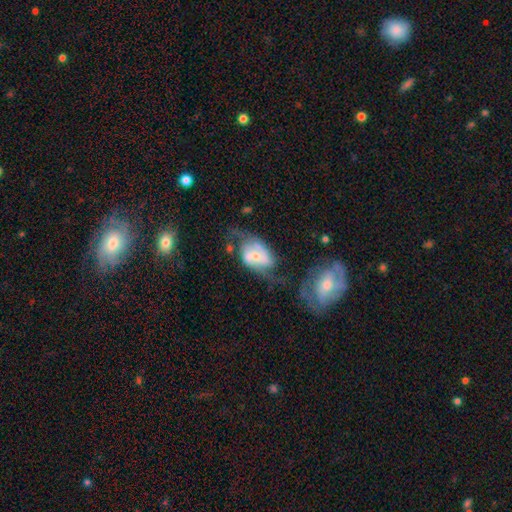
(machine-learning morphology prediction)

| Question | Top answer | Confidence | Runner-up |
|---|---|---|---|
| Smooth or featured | featured or disk | 76% | smooth (18%) |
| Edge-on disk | no | 96% | yes (4%) |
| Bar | no | 44% | weak (39%) |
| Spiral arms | yes | 88% | no (12%) |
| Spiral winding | medium | 44% | loose (38%) |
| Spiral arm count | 2 | 81% | can't tell (10%) |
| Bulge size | small | 56% | moderate (34%) |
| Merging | none | 42% | major disturbance (25%) |